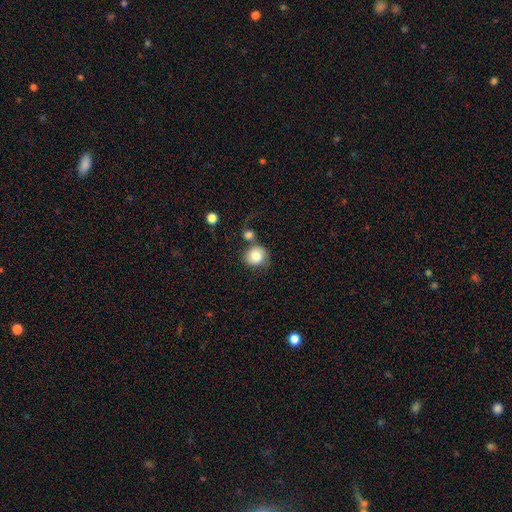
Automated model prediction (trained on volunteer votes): smooth 75%, featured or disk 16%, star or artifact 8%. Down the decision tree: how rounded — round (79%); merging — none (52%).